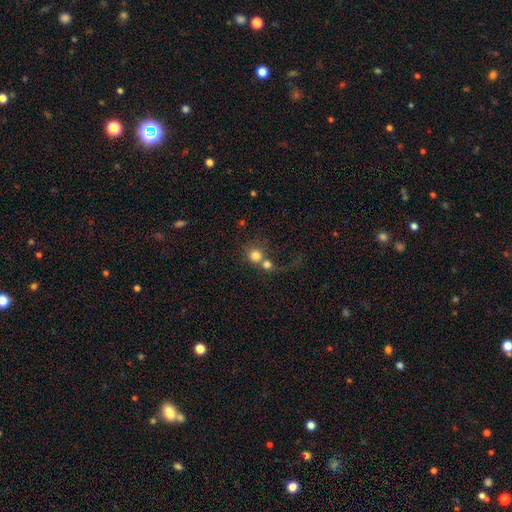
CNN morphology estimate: Overall: smooth (76%). How rounded: round (86%). Merging: merger (57%; none 29%).